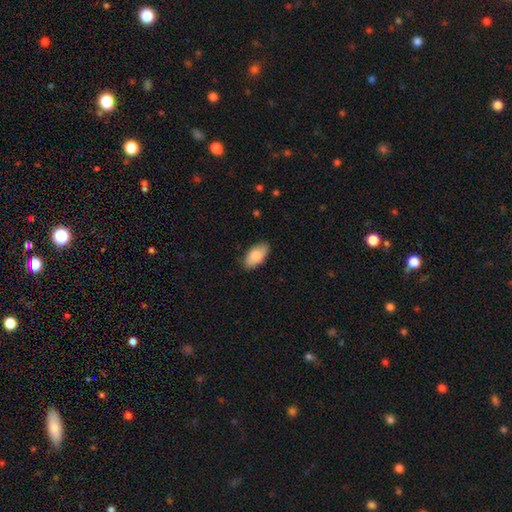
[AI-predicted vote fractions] smooth_or_featured: smooth (p=0.84) [alt: featured or disk p=0.10]
how_rounded: in between (p=0.94) [alt: cigar-shaped p=0.03]
merging: none (p=0.85) [alt: minor disturbance p=0.11]